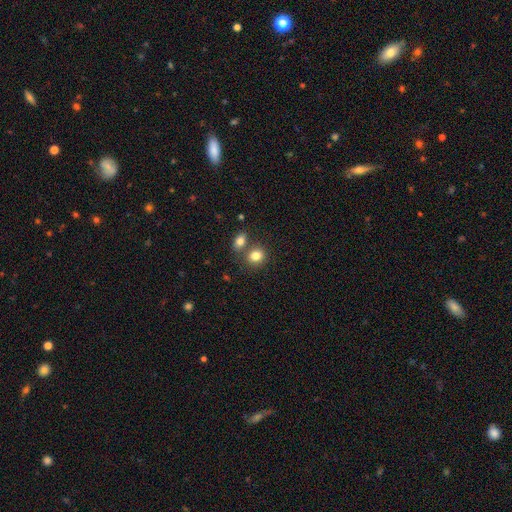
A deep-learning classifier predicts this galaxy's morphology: Q: Smooth or featured?
A: smooth (82%); runner-up: star or artifact (10%)
Q: How rounded?
A: round (58%); runner-up: in between (41%)
Q: Merging?
A: none (56%); runner-up: merger (30%)